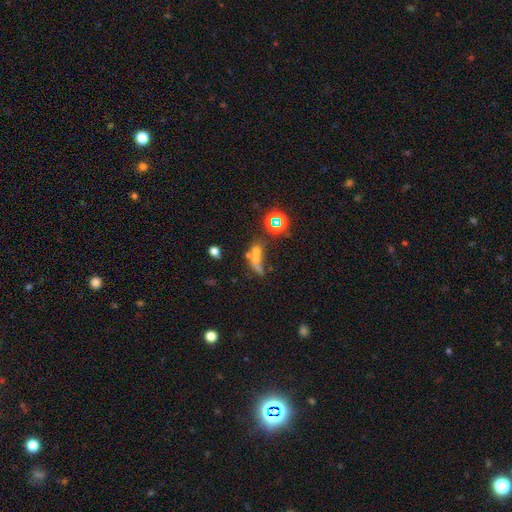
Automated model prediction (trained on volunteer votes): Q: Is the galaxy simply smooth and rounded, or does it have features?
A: smooth — 43%.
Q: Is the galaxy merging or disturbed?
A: merger — 48%.